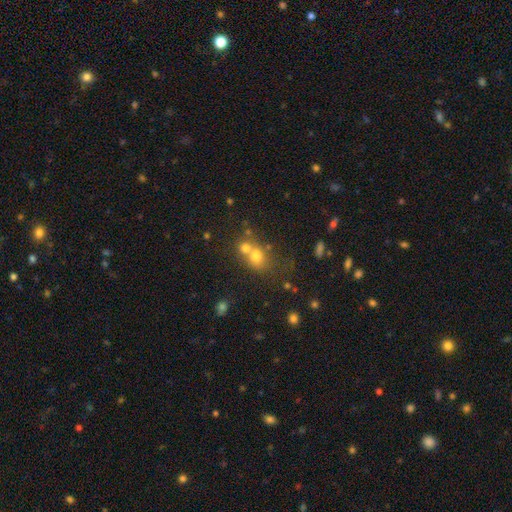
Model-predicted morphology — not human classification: Overall: smooth (65%). How rounded: round (68%; in between 30%). Merging: merger (56%; none 32%).